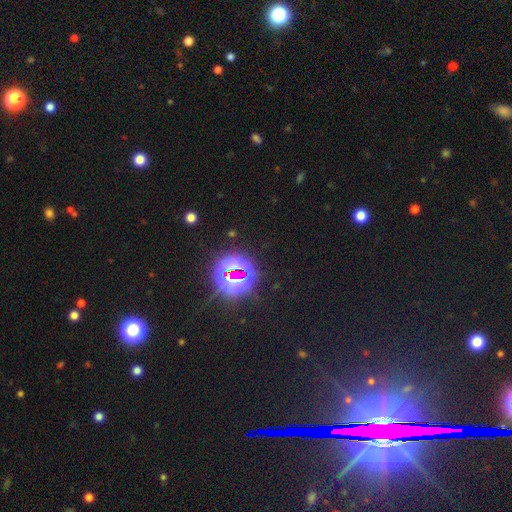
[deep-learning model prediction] Overall: star or artifact (76%).